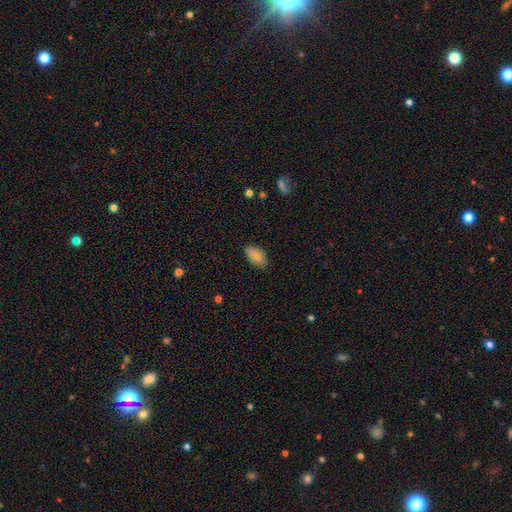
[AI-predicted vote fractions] Morphology: type=smooth (83%); roundness=in between (94%); merging=none (84%).